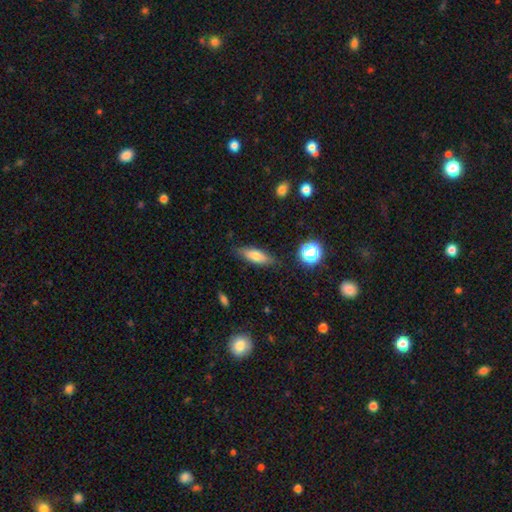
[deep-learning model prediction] A smooth galaxy with no disk features (70%) that is in between round and cigar-shaped (52%).

Vote fractions:
- Smooth or featured? smooth: 70% / featured or disk: 21% / star or artifact: 9%
- How rounded? in between: 52% / cigar-shaped: 44% / round: 3%
- Merging? none: 83% / minor disturbance: 13% / major disturbance: 3% / merger: 2%